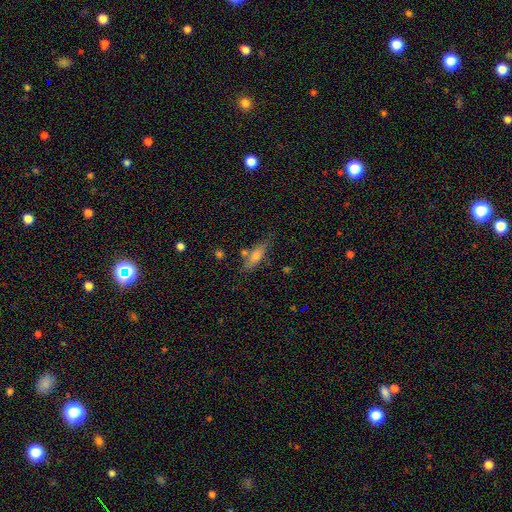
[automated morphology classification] Smooth or featured? smooth (61%)
How rounded? in between (49%)
Merging? none (69%)